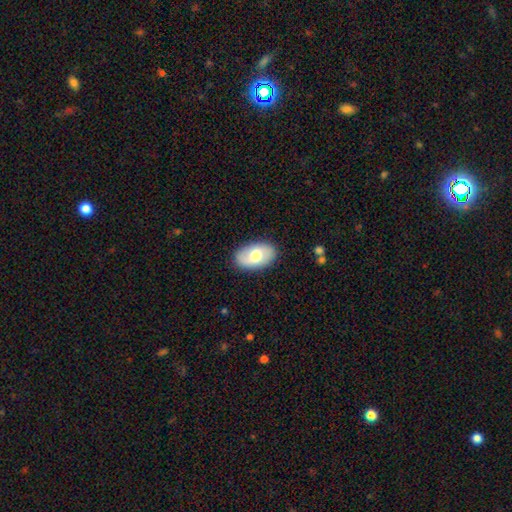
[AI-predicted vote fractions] The model was most divided on "smooth or featured": smooth: 56%, featured or disk: 38%, star or artifact: 6%. More confident: how rounded — in between (93%); merging — none (86%).